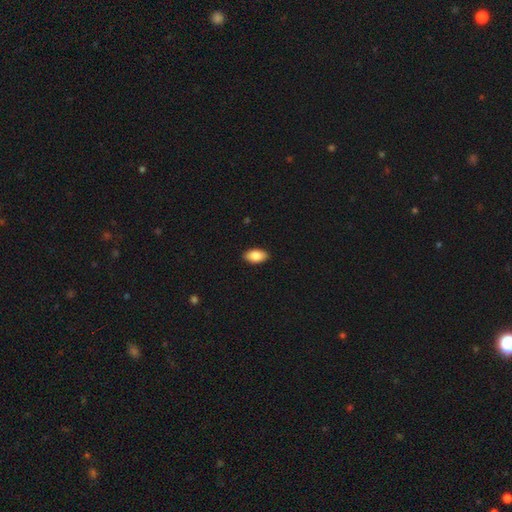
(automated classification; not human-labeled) Smooth or featured: smooth — 86% (featured or disk — 8%)
How rounded: in between — 94% (round — 4%)
Merging: none — 89% (minor disturbance — 8%)